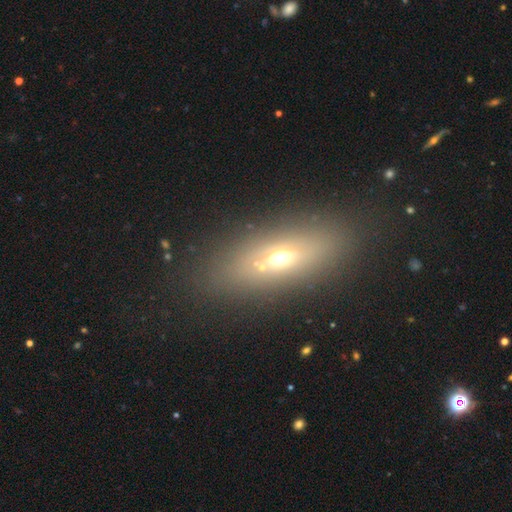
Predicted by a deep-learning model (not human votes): smooth-or-featured: smooth: 50% | featured or disk: 32% | star or artifact: 18%
  how-rounded: in between: 59% | cigar-shaped: 33% | round: 9%
  merging: none: 76% | minor disturbance: 11% | merger: 8% | major disturbance: 5%